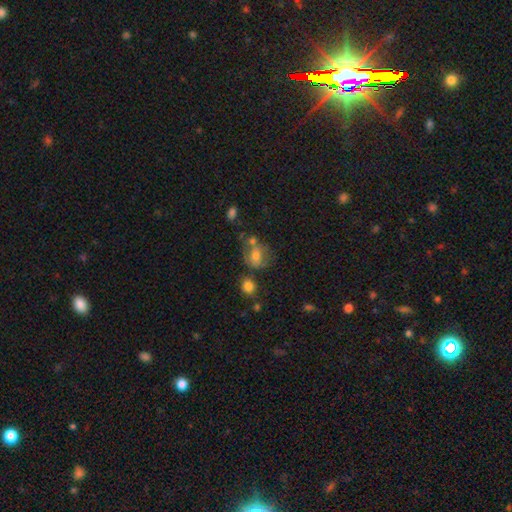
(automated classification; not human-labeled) A smooth galaxy with no disk features (62%) that is round (53%). Merging: none (39%).